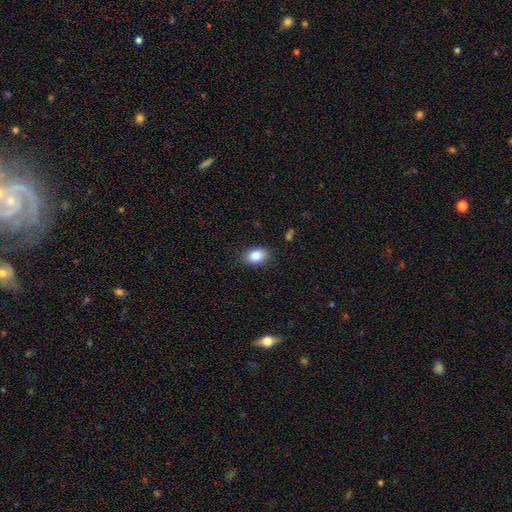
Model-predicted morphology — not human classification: Smooth or featured? Predicted: smooth (p=0.85). How rounded? Predicted: in between (p=0.84). Merging? Predicted: none (p=0.86).